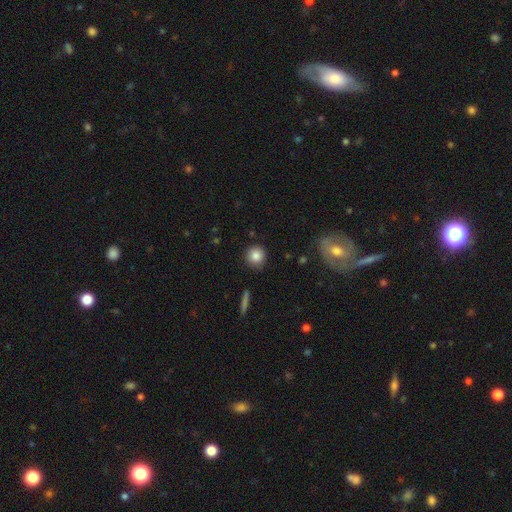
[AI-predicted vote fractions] Smooth or featured? smooth (85%)
How rounded? round (93%)
Merging? none (89%)